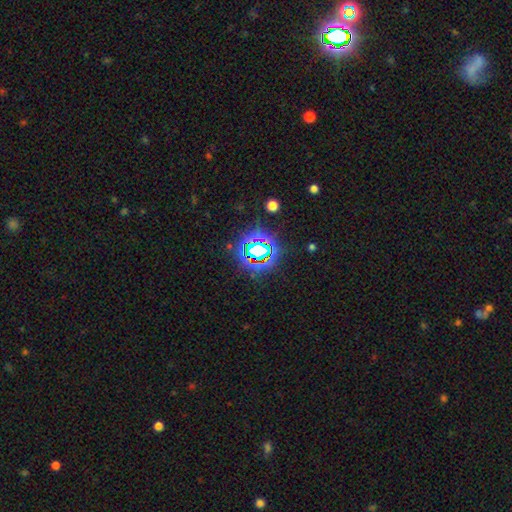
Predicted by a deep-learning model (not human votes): The model was most divided on "smooth or featured": star or artifact: 70%, smooth: 18%, featured or disk: 12%.